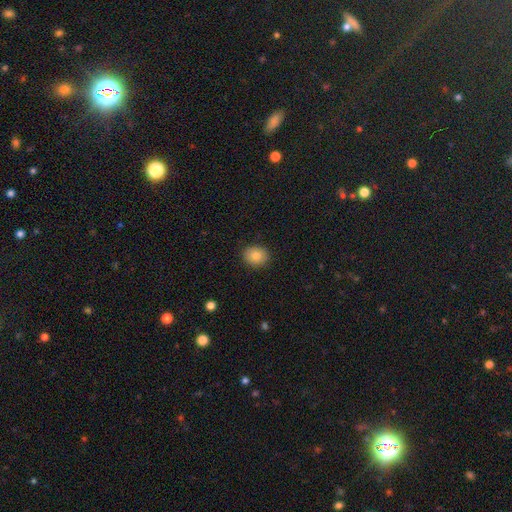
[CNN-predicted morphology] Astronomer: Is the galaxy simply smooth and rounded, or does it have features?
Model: smooth — 83%.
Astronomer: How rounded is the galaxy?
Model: round — 65%.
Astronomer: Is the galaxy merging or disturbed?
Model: none — 89%.